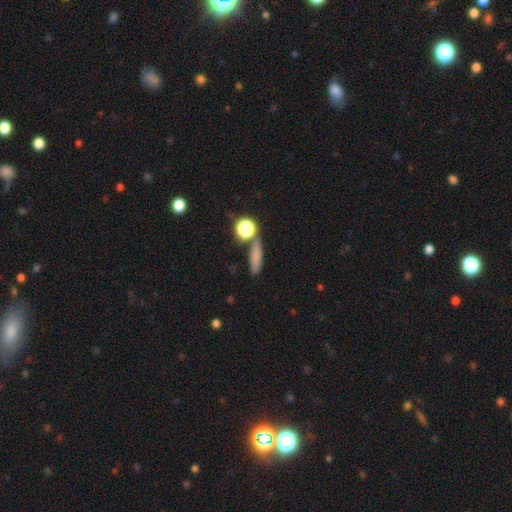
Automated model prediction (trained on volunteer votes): smooth 75%, star or artifact 14%, featured or disk 12%. Down the decision tree: how rounded — cigar-shaped (60%); merging — none (75%).